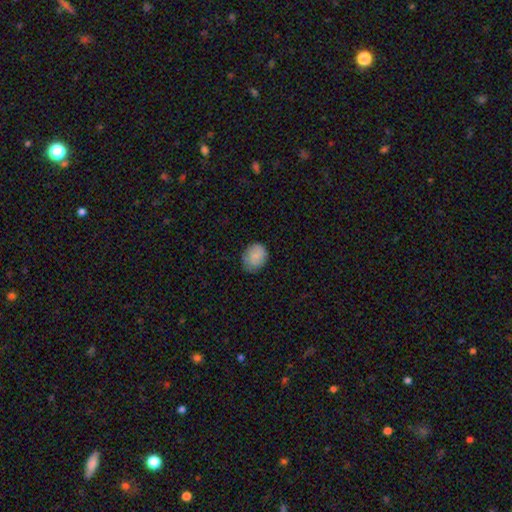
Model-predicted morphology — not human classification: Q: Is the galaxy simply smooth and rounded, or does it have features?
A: smooth — 82%.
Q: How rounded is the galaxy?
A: round — 51%.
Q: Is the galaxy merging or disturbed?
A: none — 72%.